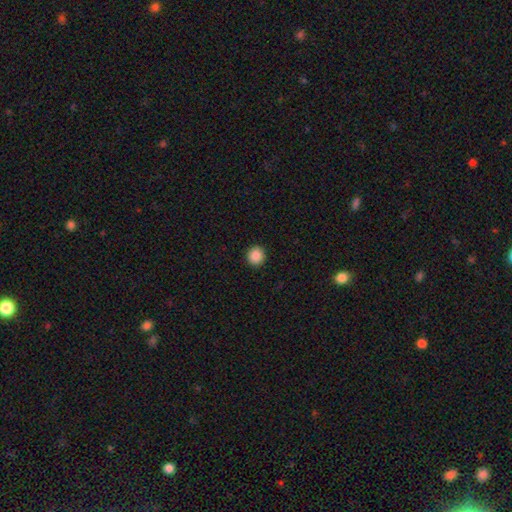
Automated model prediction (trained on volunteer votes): Smooth or featured: smooth — 88% (star or artifact — 9%)
How rounded: round — 91% (in between — 8%)
Merging: none — 93% (minor disturbance — 5%)